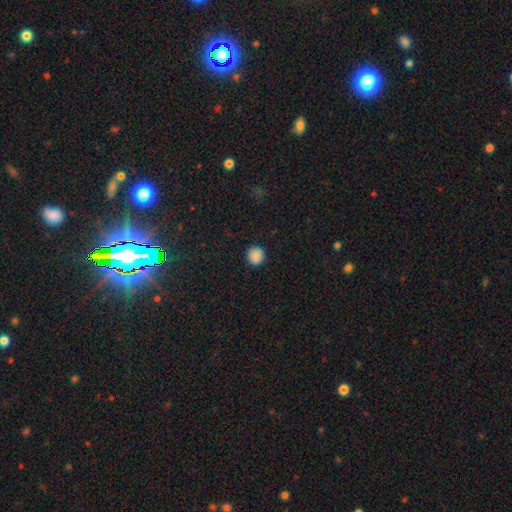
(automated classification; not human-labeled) Overall: smooth (87%). How rounded: round (90%). Merging: none (88%).